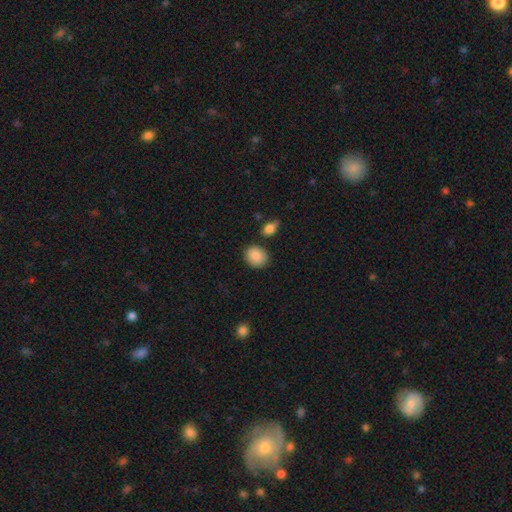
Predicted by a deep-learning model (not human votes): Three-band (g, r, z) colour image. It shows a smooth galaxy with no disk features (88%) that is round (67%). Merging: none (81%).